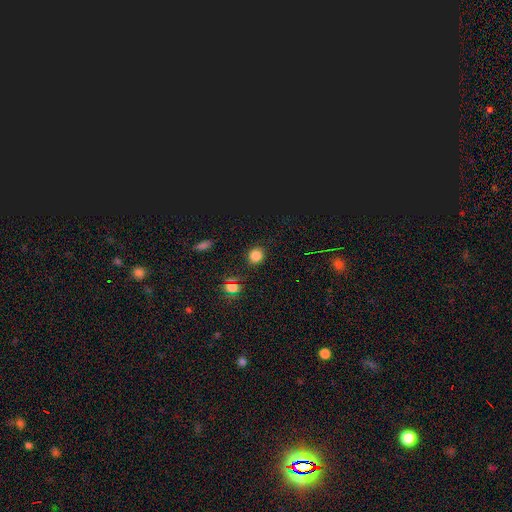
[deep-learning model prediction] Morphology: type=smooth (74%); roundness=round (86%); merging=none (88%).